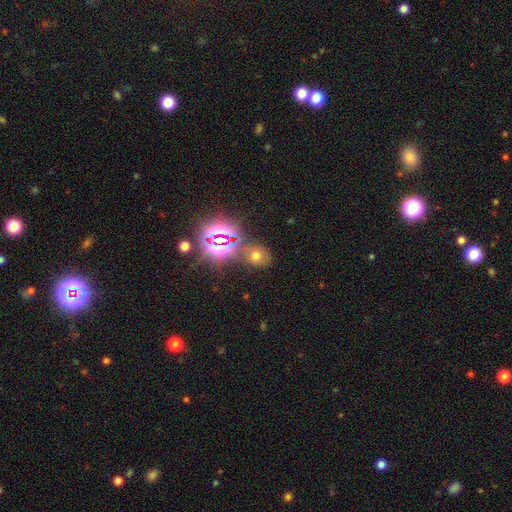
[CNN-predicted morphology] The model was most divided on "how rounded": round: 57%, in between: 41%, cigar-shaped: 1%. More confident: merging — none (70%); smooth or featured — smooth (54%).